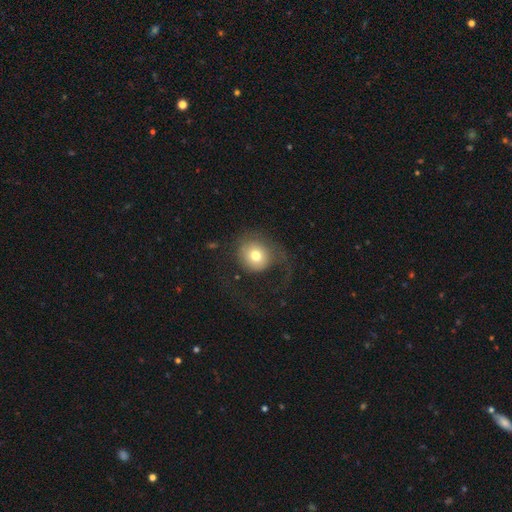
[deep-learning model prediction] smooth 67%, featured or disk 23%, star or artifact 9%. Down the decision tree: how rounded — round (84%); merging — none (41%, tied with major disturbance).